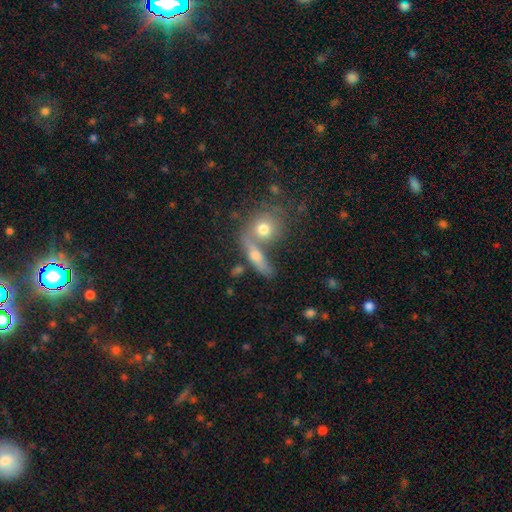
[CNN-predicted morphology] type=smooth (60%); roundness=cigar-shaped (40%); merging=none (44%).